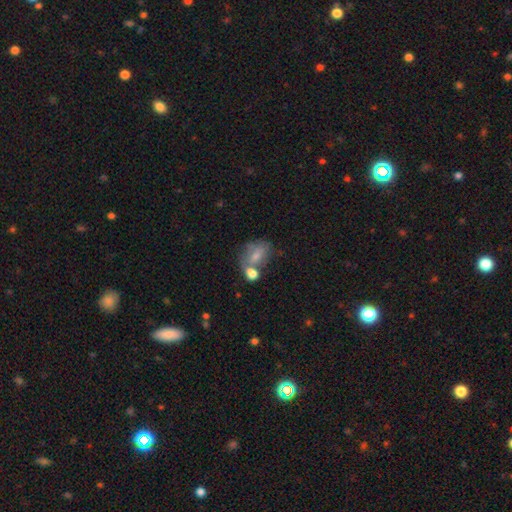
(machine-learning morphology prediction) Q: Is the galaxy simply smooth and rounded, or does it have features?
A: smooth — 63%.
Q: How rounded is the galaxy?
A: in between — 76%.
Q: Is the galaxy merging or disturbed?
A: merger — 50%.